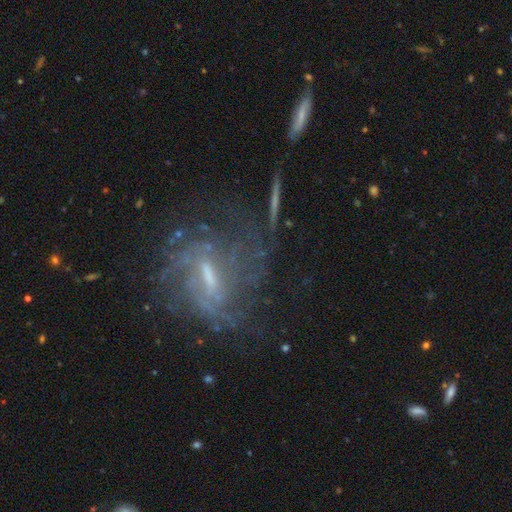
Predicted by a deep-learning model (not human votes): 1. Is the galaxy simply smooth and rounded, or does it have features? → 71% featured or disk, 18% star or artifact, 11% smooth.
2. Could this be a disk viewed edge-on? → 91% no, 9% yes.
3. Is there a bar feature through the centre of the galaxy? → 48% weak, 33% strong, 19% no.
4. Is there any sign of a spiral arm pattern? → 78% yes, 22% no.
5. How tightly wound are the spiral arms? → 44% tight, 36% medium, 20% loose.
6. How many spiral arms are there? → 55% can't tell, 14% 2, 10% 3, 9% 4, 6% more than 4, 6% 1.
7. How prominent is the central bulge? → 46% small, 36% moderate, 12% none, 5% large, 1% dominant.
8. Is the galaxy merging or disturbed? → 55% none, 23% major disturbance, 17% minor disturbance, 5% merger.